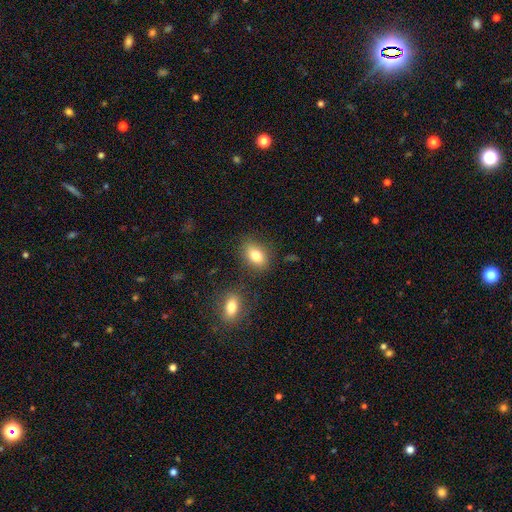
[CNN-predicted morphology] smooth_or_featured: smooth (p=0.81) [alt: featured or disk p=0.11]
how_rounded: in between (p=0.85) [alt: round p=0.13]
merging: none (p=0.79) [alt: minor disturbance p=0.12]